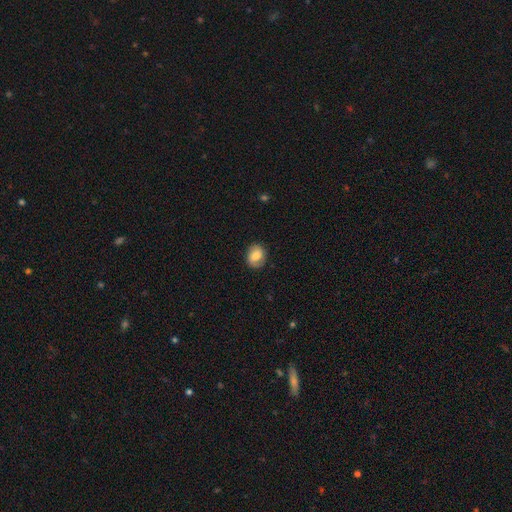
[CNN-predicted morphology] Smooth or featured: smooth — 68% (featured or disk — 24%)
How rounded: round — 57% (in between — 42%)
Merging: none — 80% (minor disturbance — 15%)